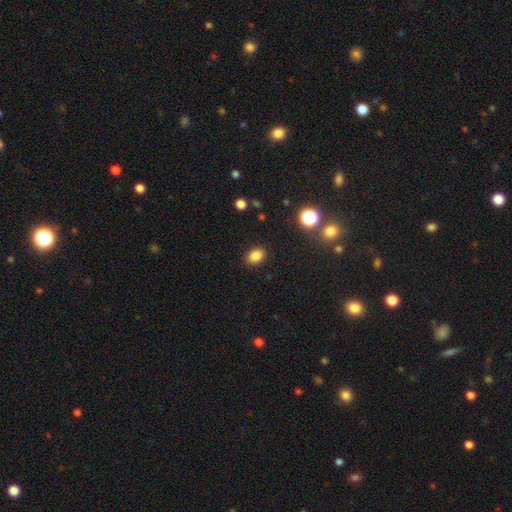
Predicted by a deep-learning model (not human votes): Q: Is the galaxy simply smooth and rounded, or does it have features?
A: smooth — 84%.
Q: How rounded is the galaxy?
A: in between — 67%.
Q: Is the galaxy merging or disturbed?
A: none — 88%.